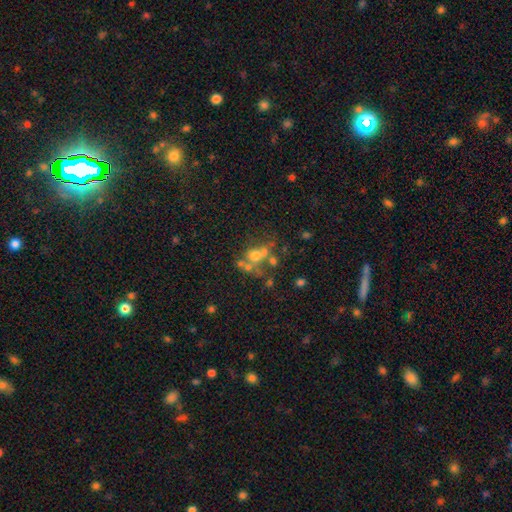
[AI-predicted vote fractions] Smooth or featured? smooth (48%)
Merging? merger (40%)